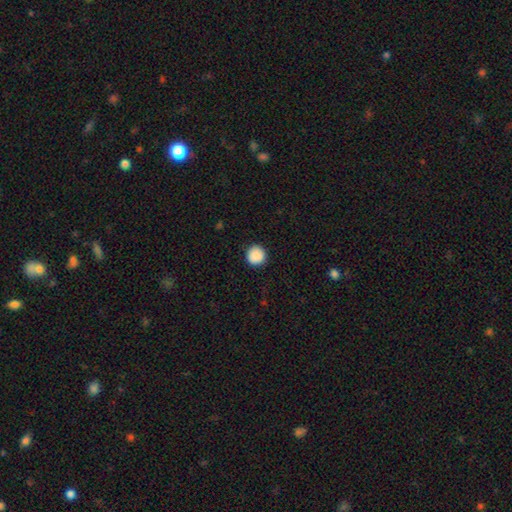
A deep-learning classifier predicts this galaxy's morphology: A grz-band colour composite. It shows a smooth galaxy with no disk features (90%) that is round (95%). Merging: none (91%).